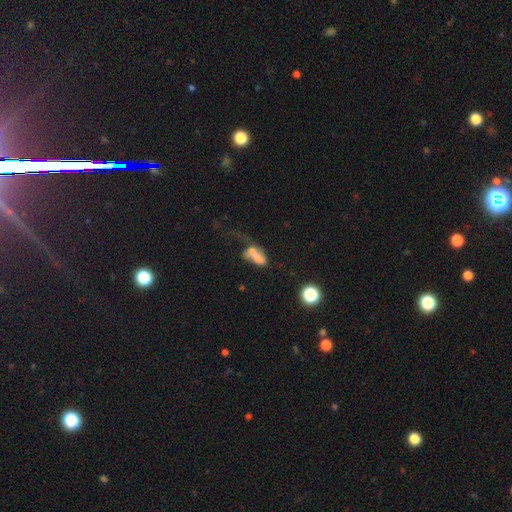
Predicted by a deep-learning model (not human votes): Morphology: type=smooth (61%); roundness=in between (73%); merging=major disturbance (39%).